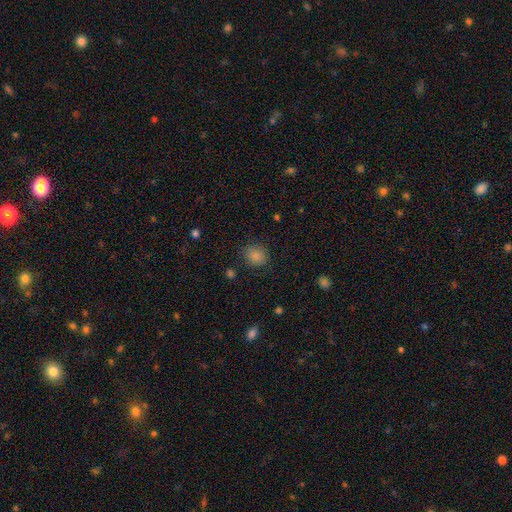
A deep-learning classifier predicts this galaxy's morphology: Smooth or featured: smooth — 85% (star or artifact — 11%)
How rounded: round — 71% (in between — 28%)
Merging: none — 84% (minor disturbance — 11%)